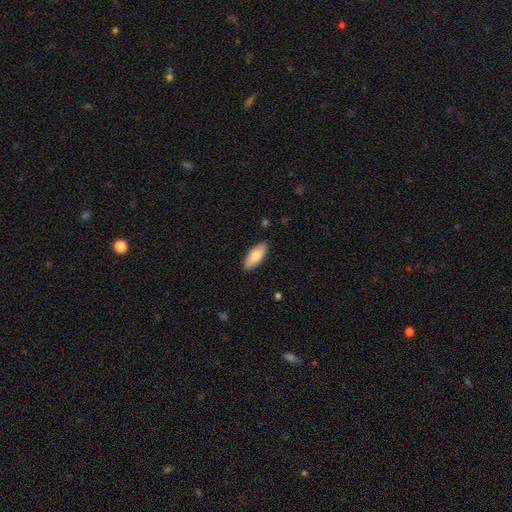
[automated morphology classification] Smooth or featured? Predicted: smooth (p=0.81). How rounded? Predicted: in between (p=0.80). Merging? Predicted: none (p=0.88).